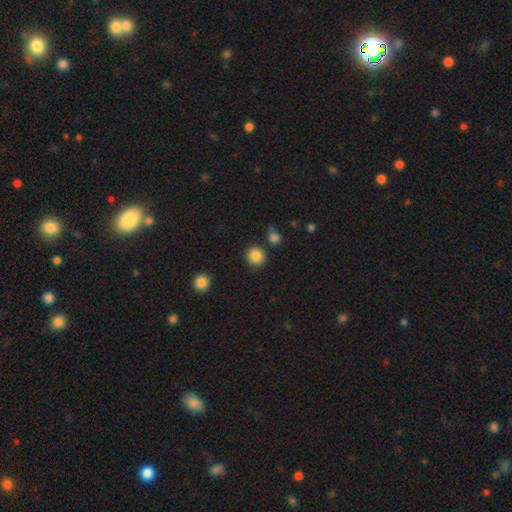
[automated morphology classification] smooth-or-featured: smooth: 86% | star or artifact: 10% | featured or disk: 4%
  how-rounded: round: 92% | in between: 7% | cigar-shaped: 1%
  merging: none: 84% | minor disturbance: 8% | merger: 5% | major disturbance: 3%